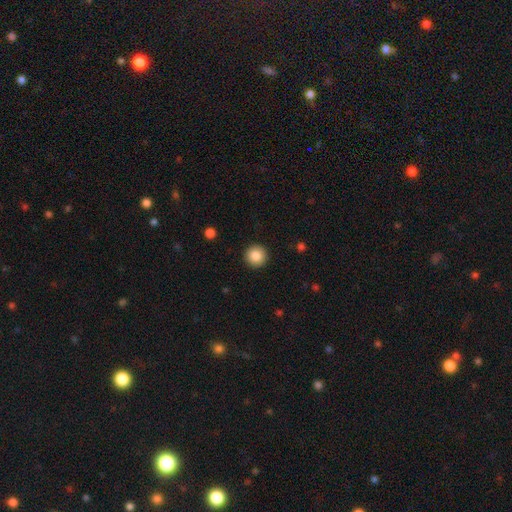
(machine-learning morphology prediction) This appears to be a smooth galaxy with no disk features (86%) that is round (96%). Merging: none (93%).